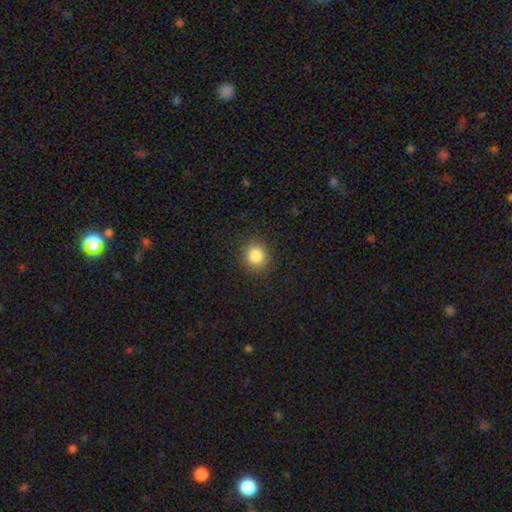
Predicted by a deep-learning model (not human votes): smooth-or-featured: smooth: 85% | star or artifact: 10% | featured or disk: 5%
  how-rounded: round: 86% | in between: 13% | cigar-shaped: 1%
  merging: none: 89% | minor disturbance: 7% | major disturbance: 2% | merger: 1%